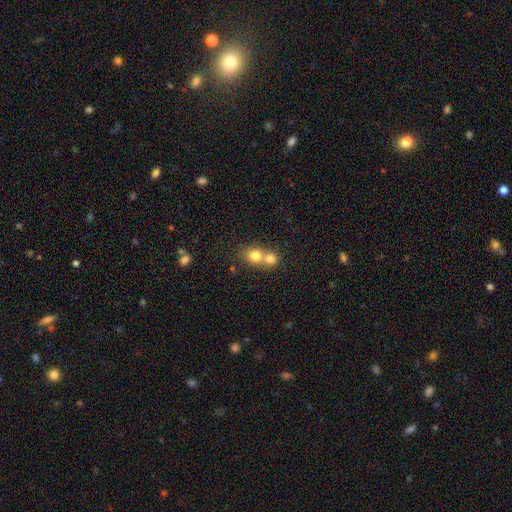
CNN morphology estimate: This is likely a smooth galaxy (77%). How rounded: likely round (80%). Merging: likely merger (62%).